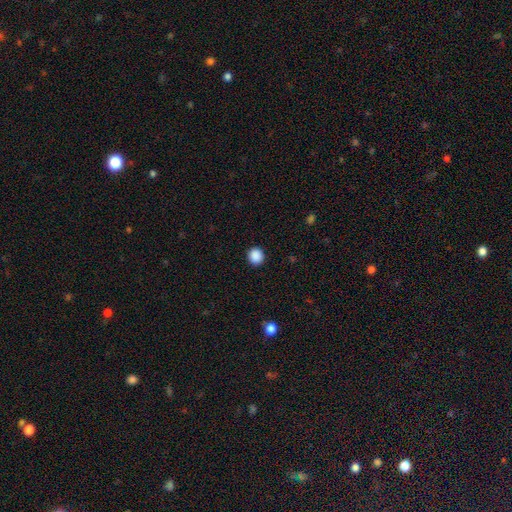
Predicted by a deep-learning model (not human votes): Smooth or featured? Predicted: smooth (p=0.89). How rounded? Predicted: round (p=0.90). Merging? Predicted: none (p=0.92).